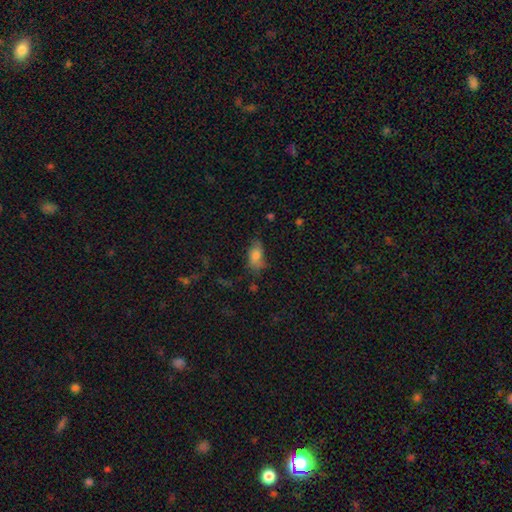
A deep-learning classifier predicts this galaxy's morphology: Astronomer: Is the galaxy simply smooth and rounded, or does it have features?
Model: smooth — 74%.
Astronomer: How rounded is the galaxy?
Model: in between — 86%.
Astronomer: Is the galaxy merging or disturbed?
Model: none — 55%.